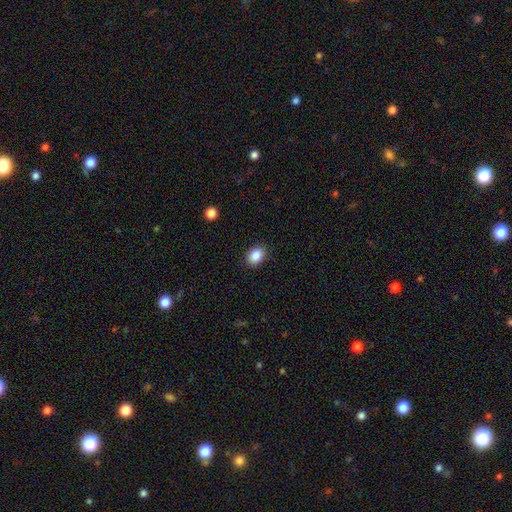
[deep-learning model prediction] Smooth or featured? smooth (87%)
How rounded? in between (69%)
Merging? none (89%)